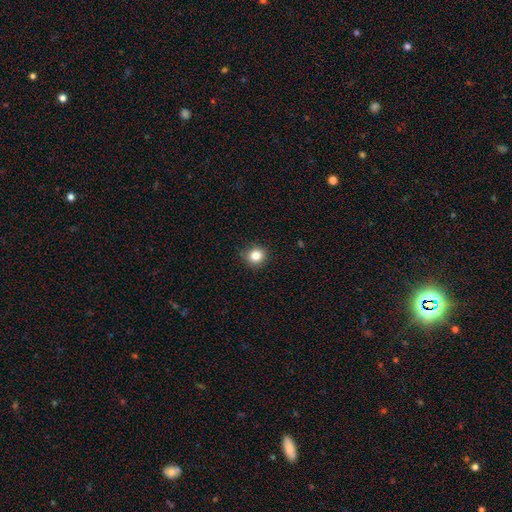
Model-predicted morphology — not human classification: Overall: smooth (83%). How rounded: round (90%). Merging: none (88%).